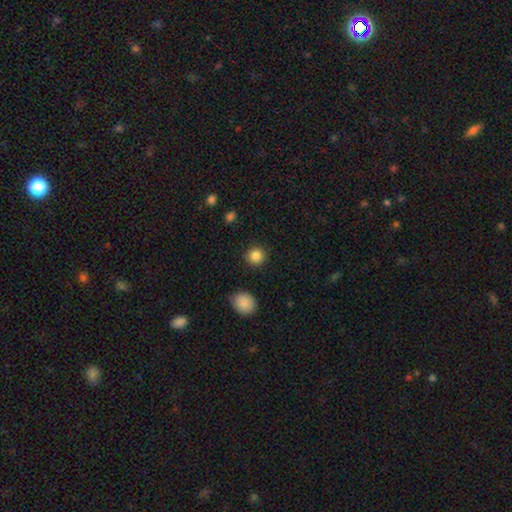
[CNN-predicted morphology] Overall: smooth (86%). How rounded: round (92%). Merging: none (90%).